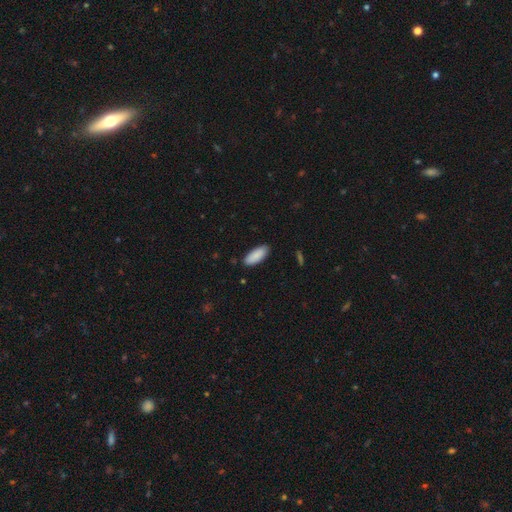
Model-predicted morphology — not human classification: The model was most divided on "how rounded": in between: 81%, cigar-shaped: 17%, round: 1%. More confident: smooth or featured — smooth (90%); merging — none (87%).